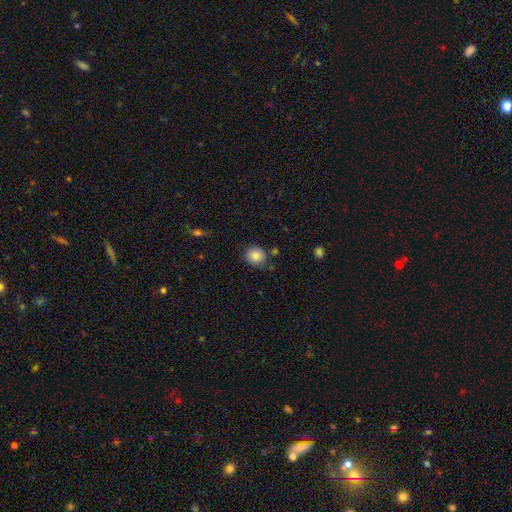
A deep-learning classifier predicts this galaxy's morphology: smooth-or-featured: smooth: 87% | star or artifact: 9% | featured or disk: 4%
  how-rounded: round: 81% | in between: 18% | cigar-shaped: 1%
  merging: none: 79% | minor disturbance: 14% | merger: 4% | major disturbance: 3%